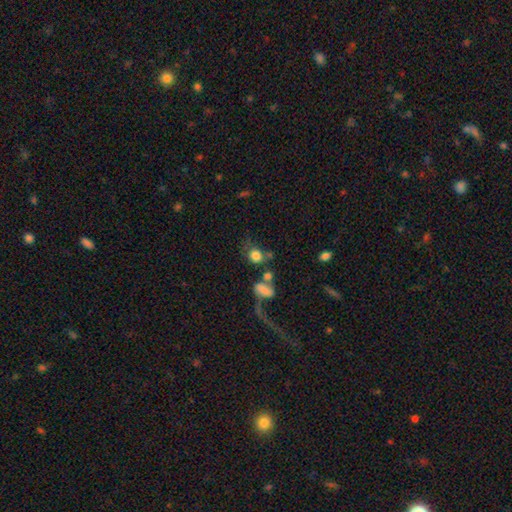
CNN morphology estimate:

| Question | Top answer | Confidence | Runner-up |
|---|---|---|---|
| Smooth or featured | smooth | 77% | featured or disk (12%) |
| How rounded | round | 68% | in between (30%) |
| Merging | none | 41% | merger (25%) |